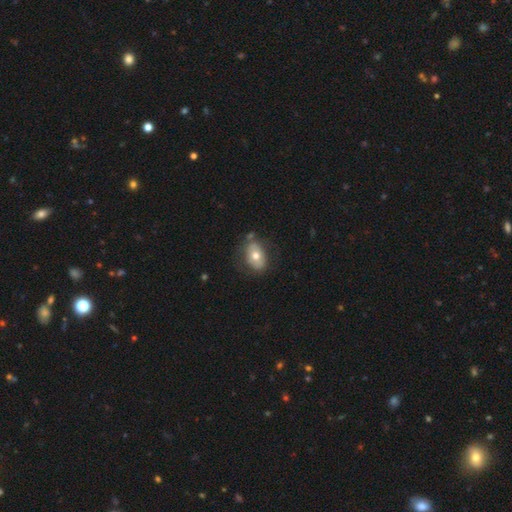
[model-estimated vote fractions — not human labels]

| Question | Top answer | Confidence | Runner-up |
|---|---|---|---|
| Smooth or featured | smooth | 60% | featured or disk (32%) |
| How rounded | in between | 82% | round (17%) |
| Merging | none | 68% | minor disturbance (20%) |